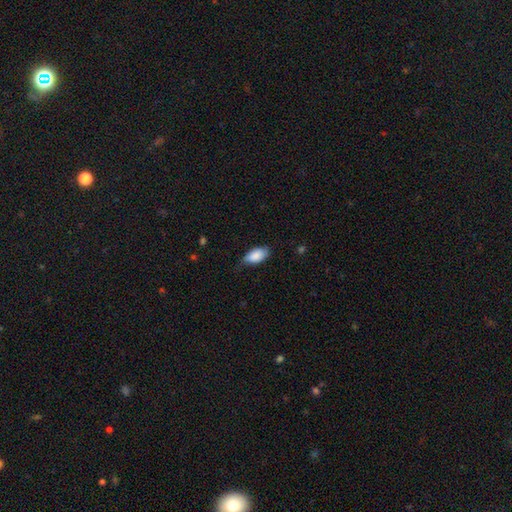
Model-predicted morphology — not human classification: Smooth or featured? Predicted: smooth (p=0.85). How rounded? Predicted: in between (p=0.93). Merging? Predicted: none (p=0.58).